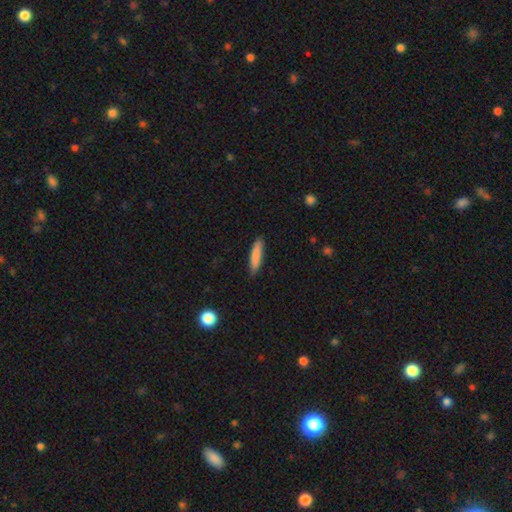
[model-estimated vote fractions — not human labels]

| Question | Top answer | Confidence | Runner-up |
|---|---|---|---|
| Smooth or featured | smooth | 84% | featured or disk (10%) |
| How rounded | cigar-shaped | 83% | in between (16%) |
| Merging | none | 85% | minor disturbance (12%) |